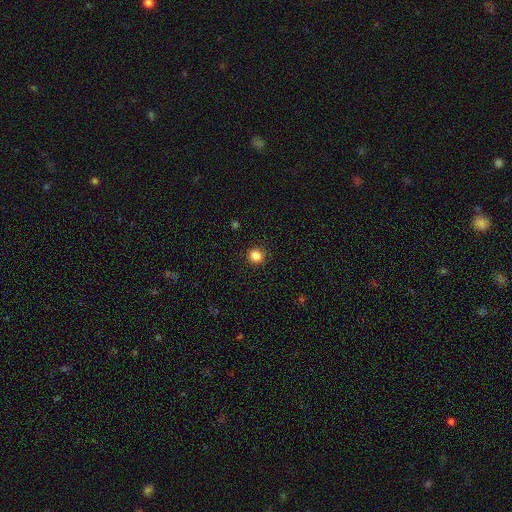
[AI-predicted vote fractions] Smooth or featured? Predicted: smooth (p=0.85). How rounded? Predicted: round (p=0.90). Merging? Predicted: none (p=0.91).